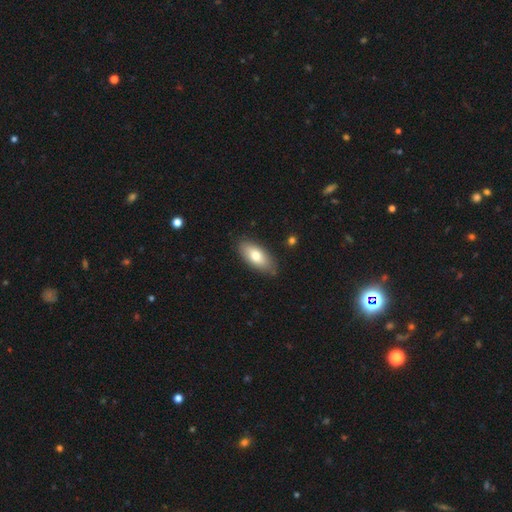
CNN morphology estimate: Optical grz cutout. It shows a smooth galaxy with no disk features (75%) that is in between round and cigar-shaped (88%). Merging: none (84%).